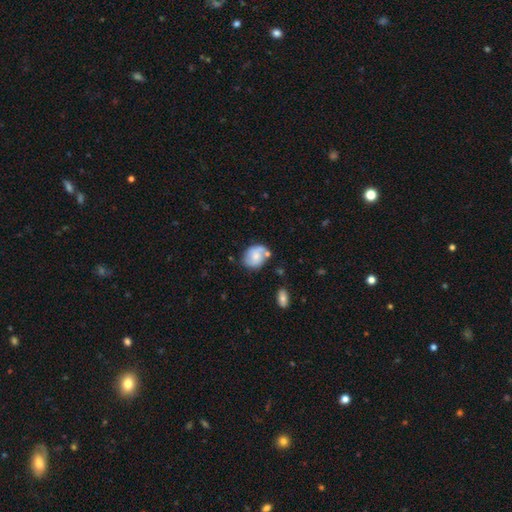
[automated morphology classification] A featured or disk galaxy (47%). Merging: none (60%).